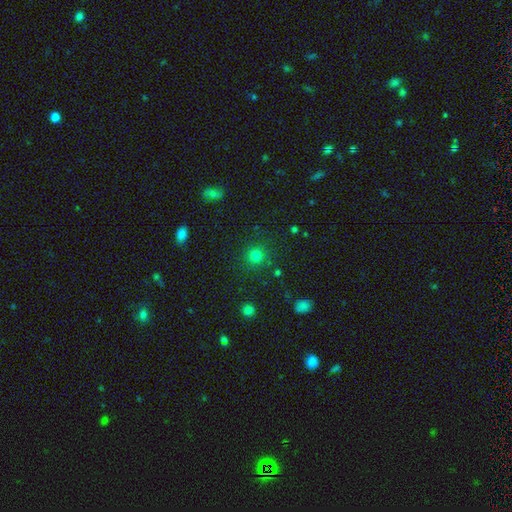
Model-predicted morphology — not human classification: type=smooth (78%); roundness=round (93%); merging=none (87%).